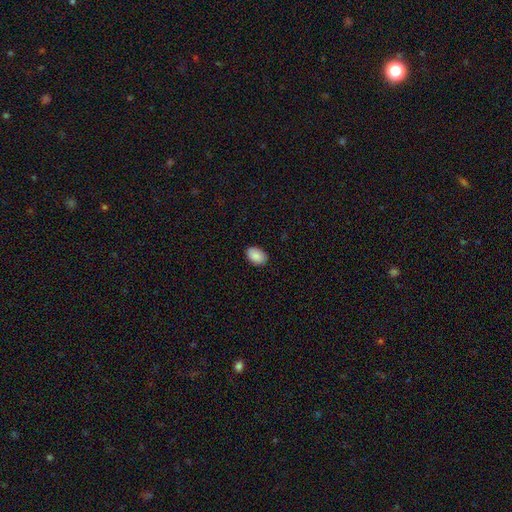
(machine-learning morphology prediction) This is clearly a smooth galaxy (89%). How rounded: clearly in between (88%). Merging: clearly none (87%).